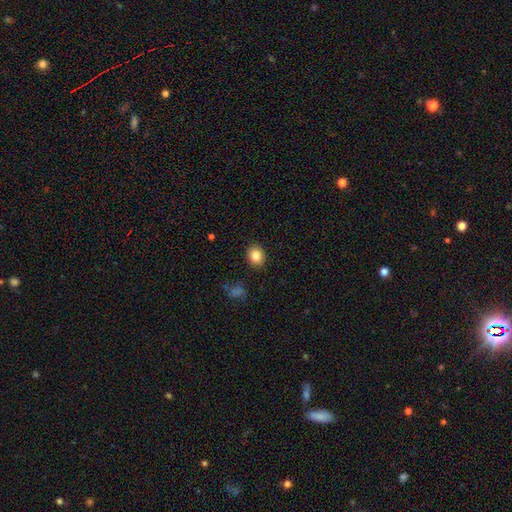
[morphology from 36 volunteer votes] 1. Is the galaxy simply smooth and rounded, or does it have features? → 92% smooth, 6% featured or disk, 3% star or artifact.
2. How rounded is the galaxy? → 55% in between, 45% round, 0% cigar-shaped.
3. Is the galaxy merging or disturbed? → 89% none, 6% minor disturbance, 3% major disturbance, 3% merger.